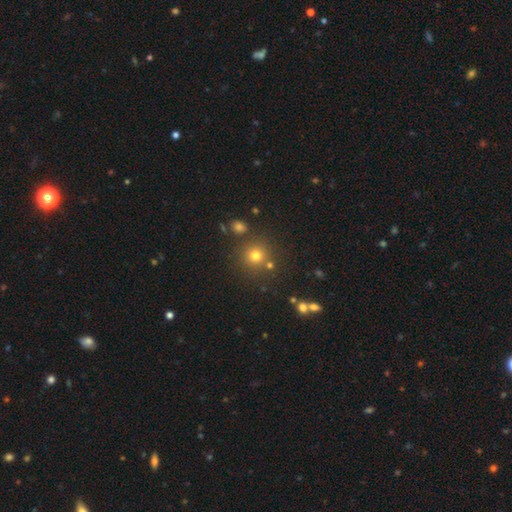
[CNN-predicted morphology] Smooth or featured: smooth — 74% (star or artifact — 19%)
How rounded: round — 93% (in between — 6%)
Merging: none — 81% (minor disturbance — 8%)